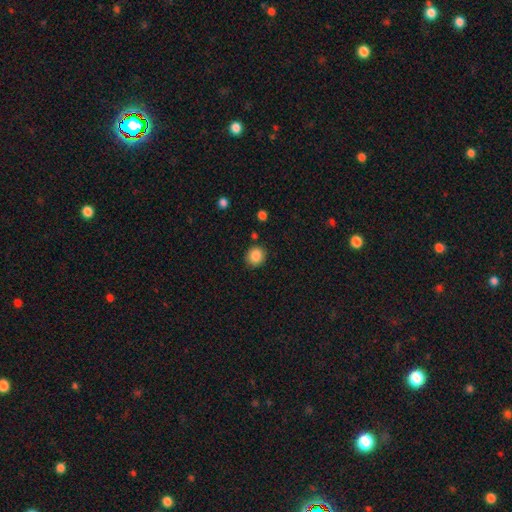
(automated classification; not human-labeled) smooth-or-featured: smooth: 87% | star or artifact: 9% | featured or disk: 4%
  how-rounded: round: 82% | in between: 17% | cigar-shaped: 1%
  merging: none: 87% | minor disturbance: 8% | merger: 2% | major disturbance: 2%